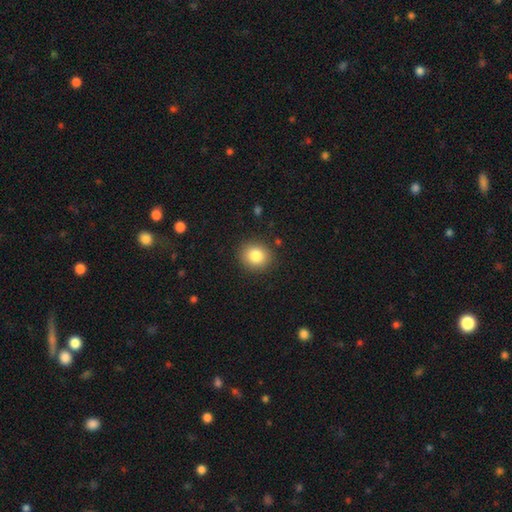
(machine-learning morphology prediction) A smooth galaxy with no disk features (83%) that is round (83%). Merging: none (90%).